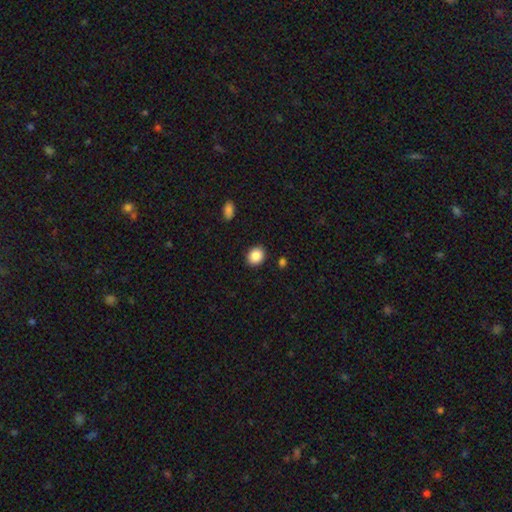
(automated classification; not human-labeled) A smooth galaxy with no disk features (88%) that is round (55%).

Vote fractions:
- Smooth or featured? smooth: 88% / star or artifact: 8% / featured or disk: 4%
- How rounded? round: 55% / in between: 44% / cigar-shaped: 1%
- Merging? none: 89% / minor disturbance: 7% / major disturbance: 2% / merger: 2%